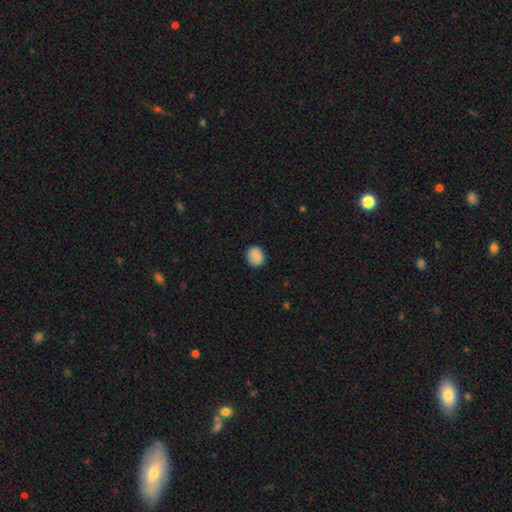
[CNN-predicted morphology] Smooth or featured?
  - smooth: 89% *
  - star or artifact: 8%
  - featured or disk: 3%
How rounded?
  - round: 60% *
  - in between: 39%
  - cigar-shaped: 1%
Merging?
  - none: 87% *
  - minor disturbance: 9%
  - major disturbance: 2%
  - merger: 1%